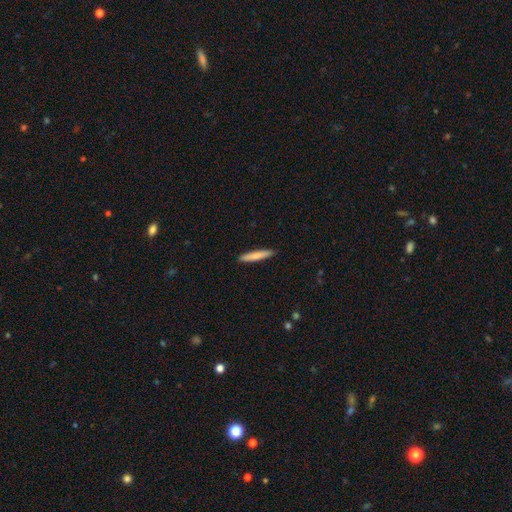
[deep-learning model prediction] Overall: smooth (81%). How rounded: cigar-shaped (94%). Merging: none (91%).